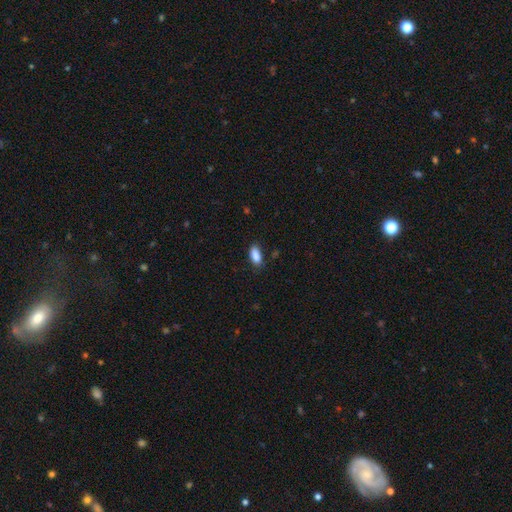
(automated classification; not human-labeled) smooth 88%, star or artifact 8%, featured or disk 4%. Down the decision tree: how rounded — in between (89%); merging — none (79%).